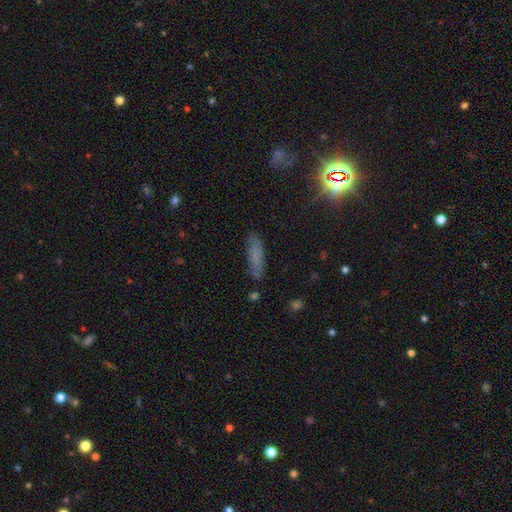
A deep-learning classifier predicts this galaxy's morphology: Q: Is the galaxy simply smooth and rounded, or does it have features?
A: smooth — 65%.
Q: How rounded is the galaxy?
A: cigar-shaped — 66%.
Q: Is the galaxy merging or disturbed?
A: none — 76%.